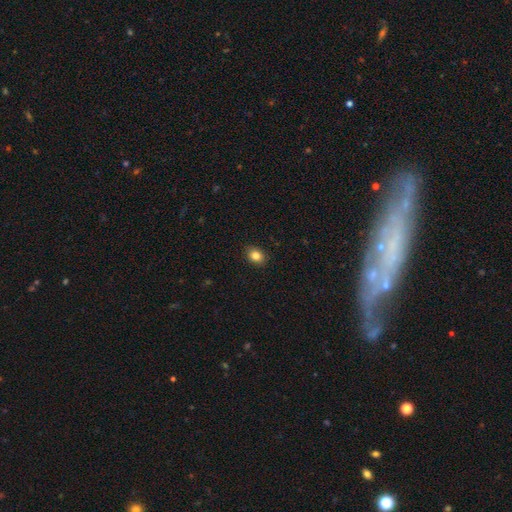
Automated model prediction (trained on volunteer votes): smooth 85%, star or artifact 10%, featured or disk 5%. Down the decision tree: how rounded — in between (54%); merging — none (88%).